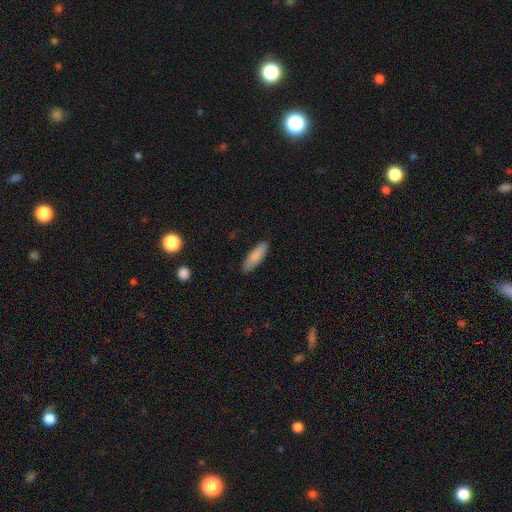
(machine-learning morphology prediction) Smooth or featured: smooth — 84% (featured or disk — 10%)
How rounded: cigar-shaped — 51% (in between — 47%)
Merging: none — 87% (minor disturbance — 10%)